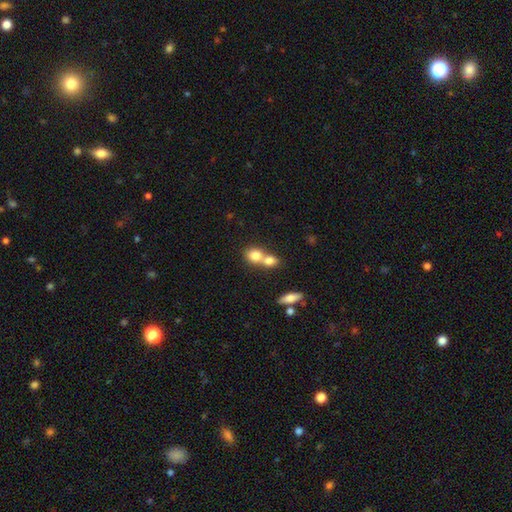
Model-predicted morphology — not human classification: type=smooth (77%); roundness=round (60%); merging=merger (67%).